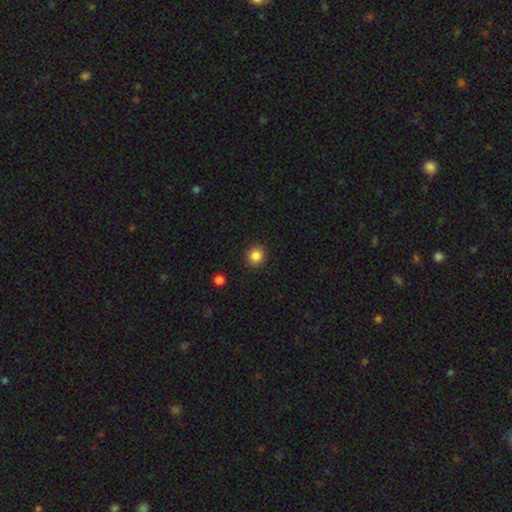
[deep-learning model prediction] smooth-or-featured: smooth: 86% | star or artifact: 10% | featured or disk: 4%
  how-rounded: round: 88% | in between: 11% | cigar-shaped: 1%
  merging: none: 91% | minor disturbance: 6% | major disturbance: 2% | merger: 1%